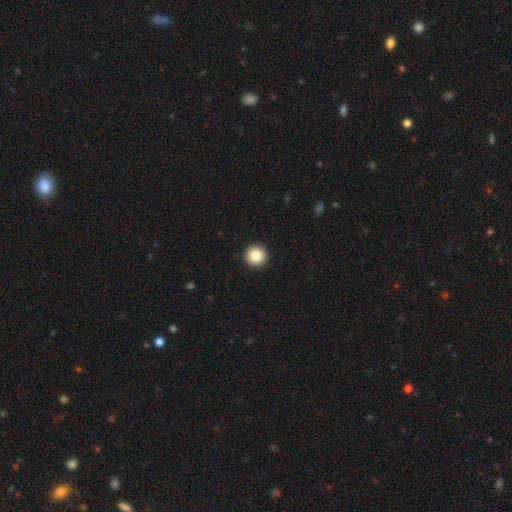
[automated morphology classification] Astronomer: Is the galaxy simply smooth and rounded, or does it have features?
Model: smooth — 85%.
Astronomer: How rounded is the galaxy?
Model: round — 96%.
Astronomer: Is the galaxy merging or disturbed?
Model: none — 94%.